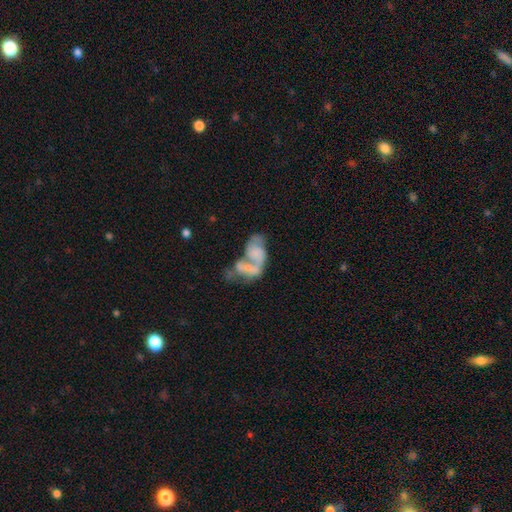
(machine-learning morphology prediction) Smooth or featured? Predicted: featured or disk (p=0.59). Edge-on disk? Predicted: no (p=0.97). Bar? Predicted: no (p=0.77). Spiral arms? Predicted: no (p=0.54). Bulge size? Predicted: none (p=0.57). Merging? Predicted: merger (p=0.59).